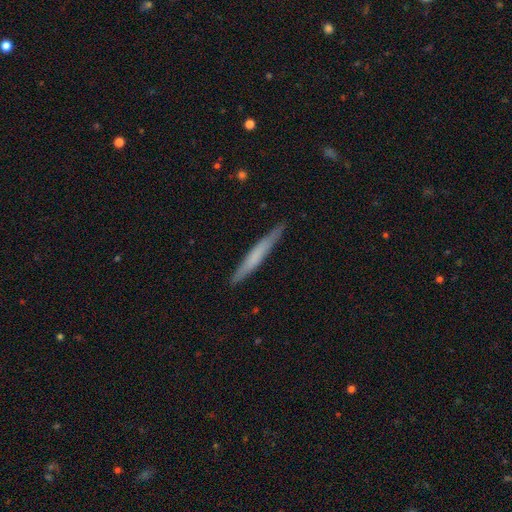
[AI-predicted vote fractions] smooth-or-featured: smooth: 56% | featured or disk: 38% | star or artifact: 6%
  how-rounded: cigar-shaped: 96% | in between: 3% | round: 1%
  merging: none: 88% | minor disturbance: 10% | major disturbance: 2% | merger: 1%